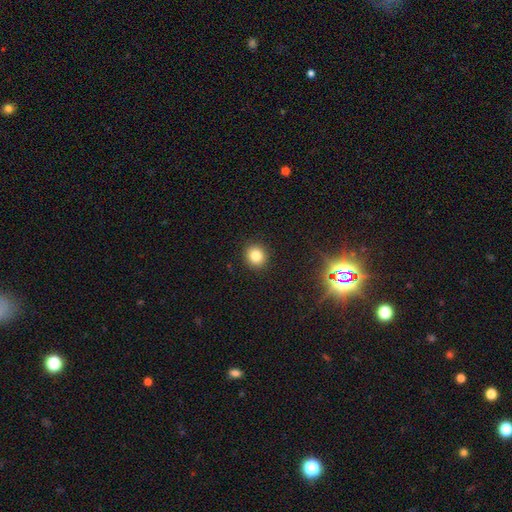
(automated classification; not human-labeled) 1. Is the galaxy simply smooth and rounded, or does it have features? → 82% smooth, 12% star or artifact, 6% featured or disk.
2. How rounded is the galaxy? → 87% round, 13% in between, 1% cigar-shaped.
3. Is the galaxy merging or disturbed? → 91% none, 6% minor disturbance, 2% major disturbance, 1% merger.